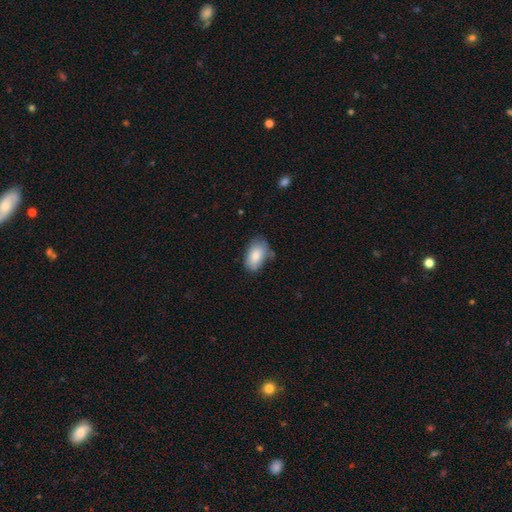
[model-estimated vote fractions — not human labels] A smooth galaxy with no disk features (85%) that is in between round and cigar-shaped (93%).

Vote fractions:
- Smooth or featured? smooth: 85% / featured or disk: 8% / star or artifact: 6%
- How rounded? in between: 93% / round: 5% / cigar-shaped: 2%
- Merging? none: 66% / minor disturbance: 25% / major disturbance: 5% / merger: 3%